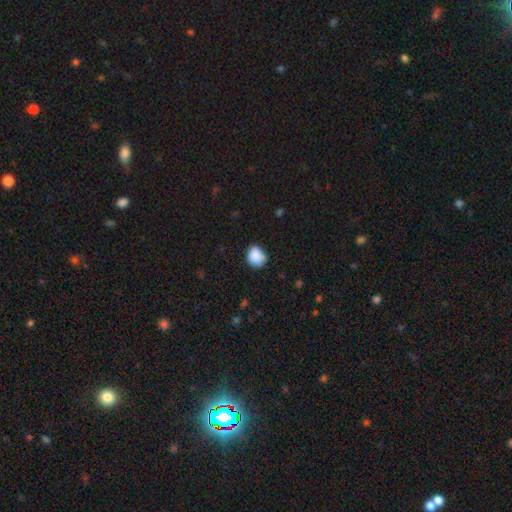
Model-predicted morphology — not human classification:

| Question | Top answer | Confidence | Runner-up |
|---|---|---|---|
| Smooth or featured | smooth | 87% | star or artifact (8%) |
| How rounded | round | 62% | in between (37%) |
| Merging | none | 67% | minor disturbance (26%) |